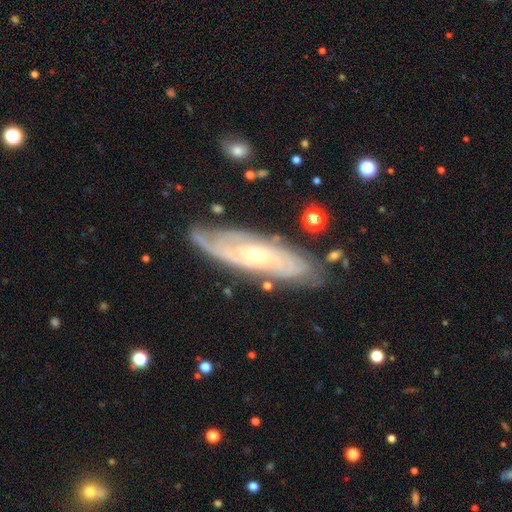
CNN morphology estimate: This is likely a featured or disk galaxy (80%). It is likely not viewed edge-on (77%). Bar: likely no (70%). Spiral arm pattern: clearly yes (90%). Spiral arm count: possibly can't tell (52%). Spiral winding: likely tight (65%). Central bulge: possibly small (58%). Merging: likely none (76%).